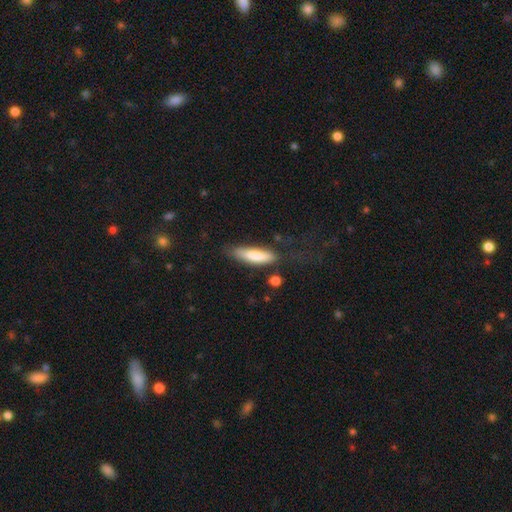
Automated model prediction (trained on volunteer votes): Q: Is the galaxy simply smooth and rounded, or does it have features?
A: smooth — 78%.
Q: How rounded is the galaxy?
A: cigar-shaped — 59%.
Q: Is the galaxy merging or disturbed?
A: none — 66%.